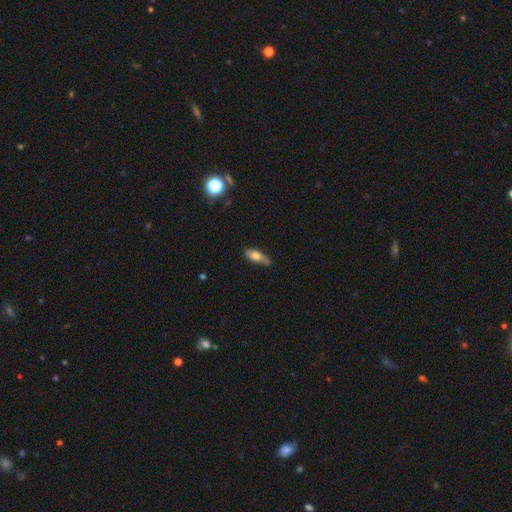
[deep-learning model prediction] Smooth or featured? Predicted: smooth (p=0.64). How rounded? Predicted: in between (p=0.66). Merging? Predicted: none (p=0.69).